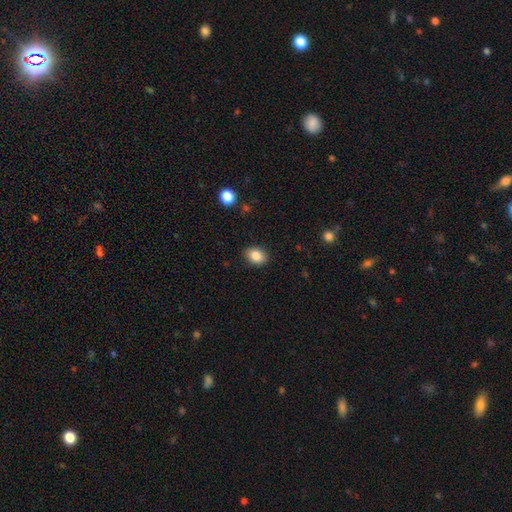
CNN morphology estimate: Overall: smooth (86%). How rounded: in between (69%; round 30%). Merging: none (88%).